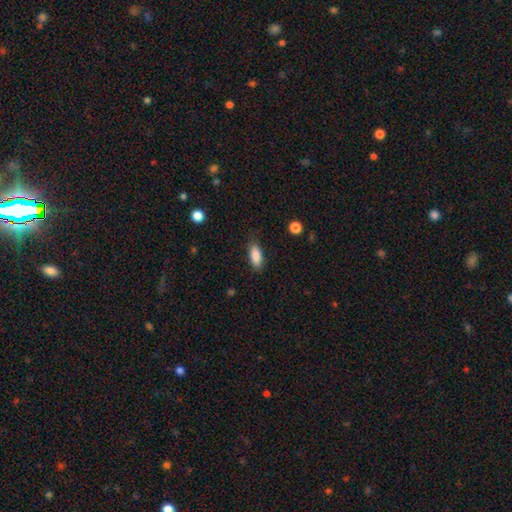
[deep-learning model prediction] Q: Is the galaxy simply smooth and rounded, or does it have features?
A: smooth — 87%.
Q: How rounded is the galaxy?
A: in between — 78%.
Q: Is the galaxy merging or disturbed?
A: none — 82%.